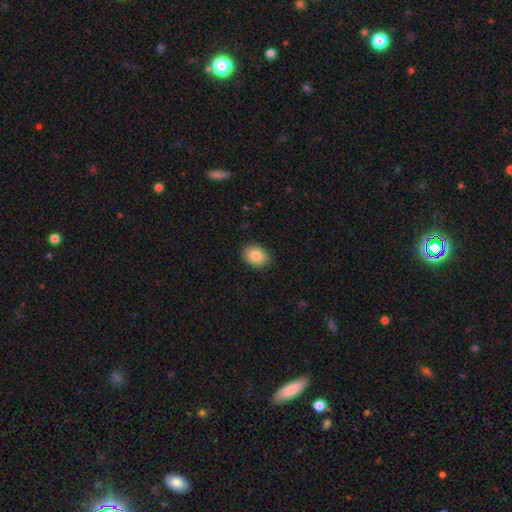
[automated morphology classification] A smooth galaxy with no disk features (86%) that is in between round and cigar-shaped (71%).

Vote fractions:
- Smooth or featured? smooth: 86% / star or artifact: 7% / featured or disk: 7%
- How rounded? in between: 71% / round: 28% / cigar-shaped: 1%
- Merging? none: 87% / minor disturbance: 10% / major disturbance: 2% / merger: 1%